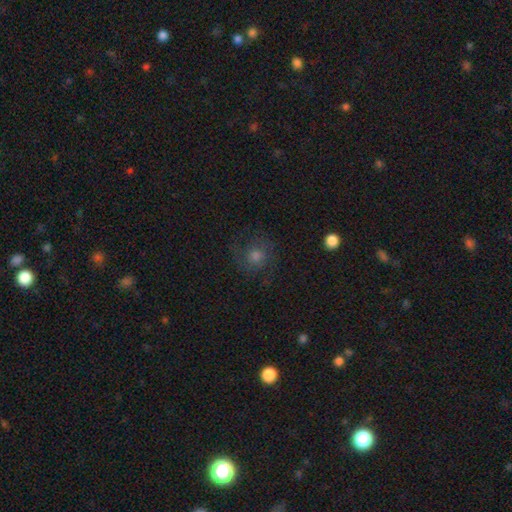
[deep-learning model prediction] This is possibly a featured or disk galaxy (47%). Merging: likely none (75%).